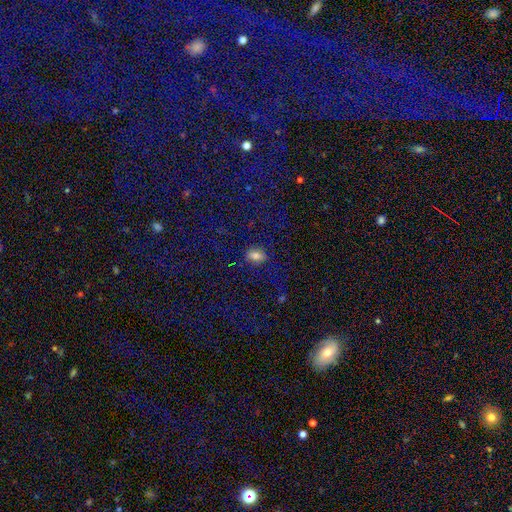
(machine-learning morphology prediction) A smooth galaxy with no disk features (76%) that is in between round and cigar-shaped (74%). Merging: none (82%).